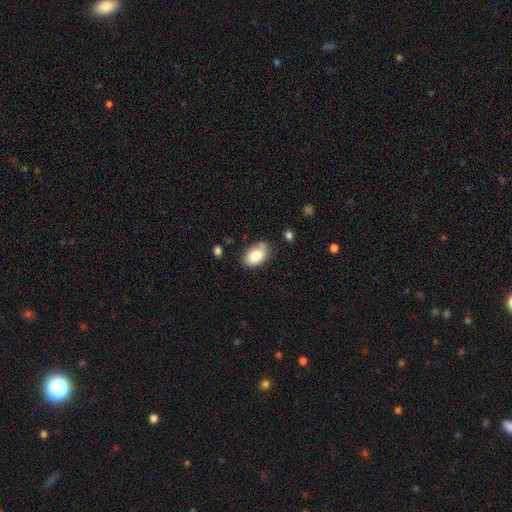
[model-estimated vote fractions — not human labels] smooth 82%, featured or disk 10%, star or artifact 8%. Down the decision tree: how rounded — in between (88%); merging — none (70%).